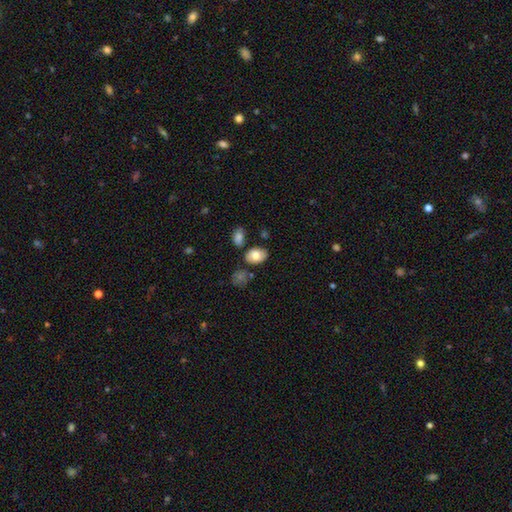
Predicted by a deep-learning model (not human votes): Smooth or featured: smooth — 75% (featured or disk — 18%)
How rounded: in between — 88% (round — 11%)
Merging: none — 76% (minor disturbance — 14%)